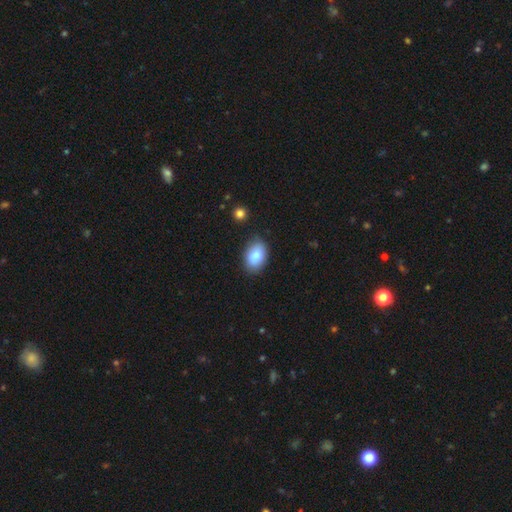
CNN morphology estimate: This is clearly a smooth galaxy (85%). How rounded: clearly in between (88%). Merging: clearly none (82%).